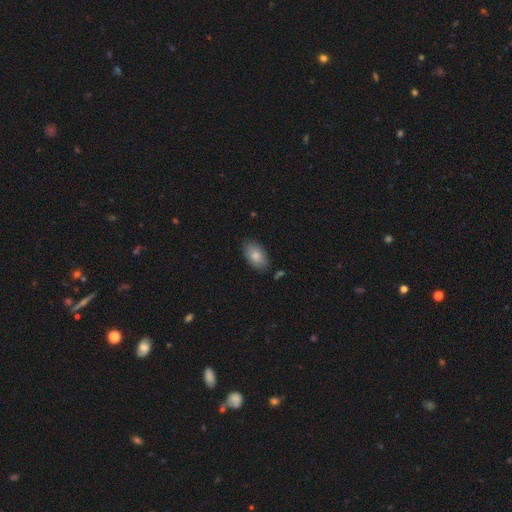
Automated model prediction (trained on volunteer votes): This is clearly a smooth galaxy (83%). How rounded: clearly in between (93%). Merging: clearly none (84%).